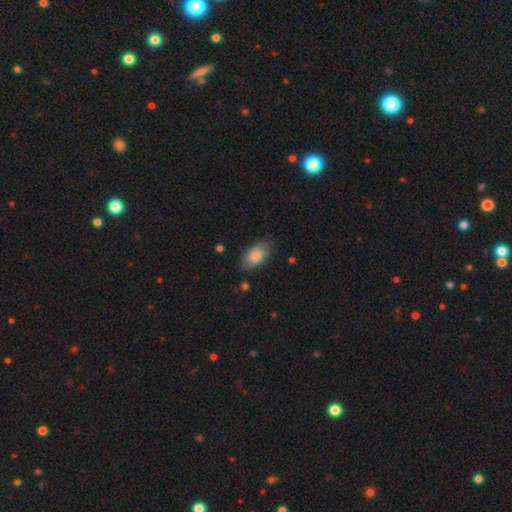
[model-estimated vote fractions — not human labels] smooth_or_featured: smooth (p=0.70) [alt: featured or disk p=0.23]
how_rounded: in between (p=0.93) [alt: round p=0.05]
merging: none (p=0.72) [alt: minor disturbance p=0.21]